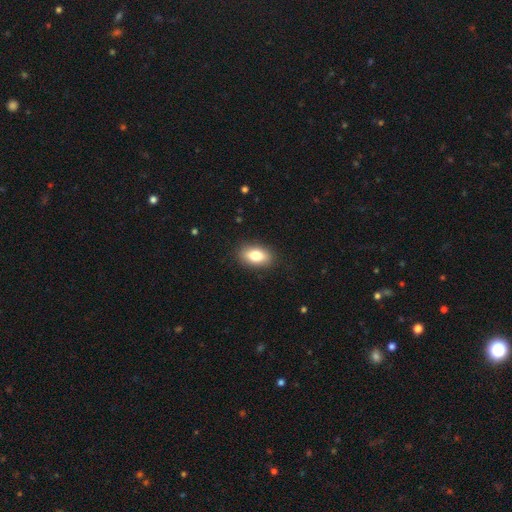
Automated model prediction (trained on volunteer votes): Smooth or featured? smooth (81%)
How rounded? in between (89%)
Merging? none (87%)